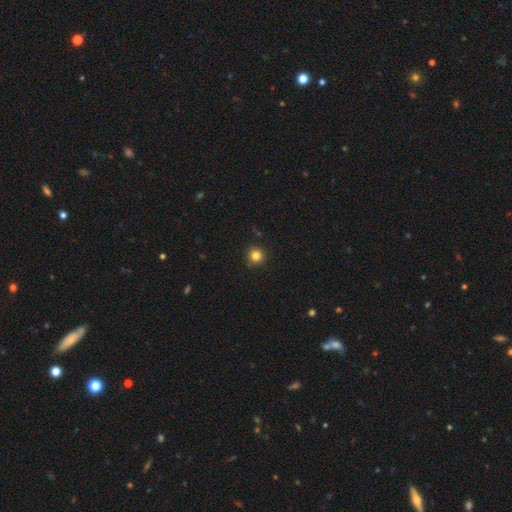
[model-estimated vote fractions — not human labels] smooth_or_featured: smooth (p=0.83) [alt: star or artifact p=0.12]
how_rounded: round (p=0.94) [alt: in between p=0.05]
merging: none (p=0.92) [alt: minor disturbance p=0.05]